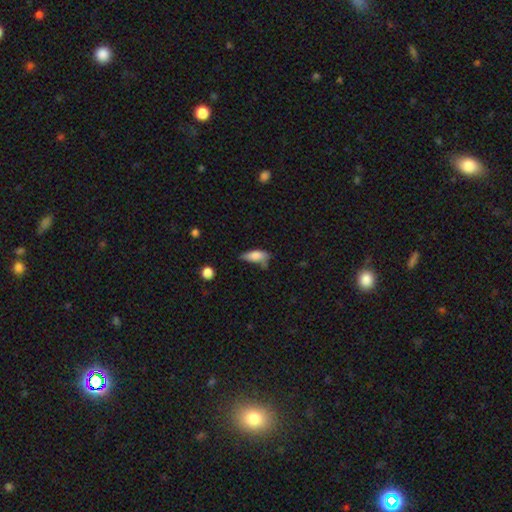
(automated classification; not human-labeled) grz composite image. It shows a smooth galaxy with no disk features (78%) that is in between round and cigar-shaped (78%). Merging: none (40%).